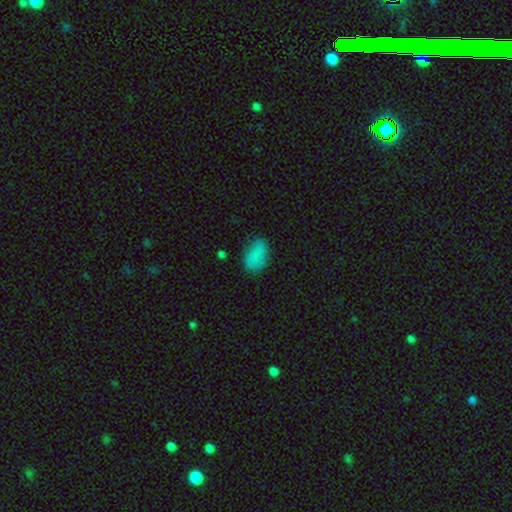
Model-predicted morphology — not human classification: The model was most divided on "merging": none: 72%, minor disturbance: 21%, major disturbance: 5%, merger: 2%. More confident: how rounded — in between (92%); smooth or featured — smooth (84%).